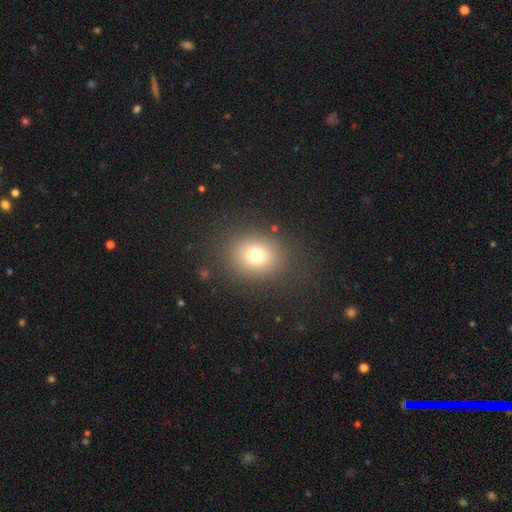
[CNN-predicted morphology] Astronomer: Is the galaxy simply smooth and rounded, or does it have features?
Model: smooth — 74%.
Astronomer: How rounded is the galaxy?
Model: round — 63%.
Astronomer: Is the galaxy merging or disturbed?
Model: none — 86%.